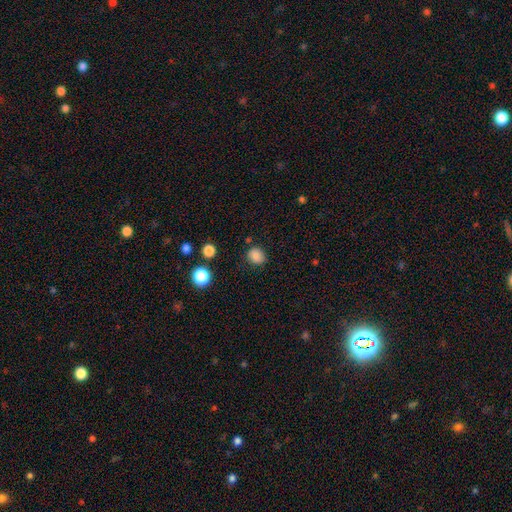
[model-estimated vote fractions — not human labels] smooth_or_featured: smooth (p=0.84) [alt: star or artifact p=0.12]
how_rounded: round (p=0.68) [alt: in between p=0.31]
merging: none (p=0.79) [alt: minor disturbance p=0.14]